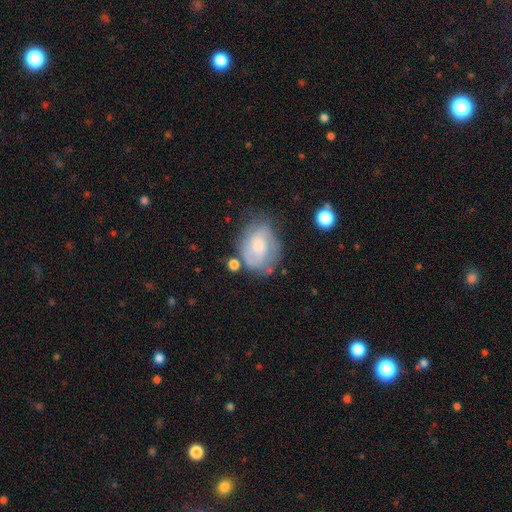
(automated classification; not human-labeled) Morphology: type=featured or disk (50%); edge-on=no (97%); merging=none (51%).